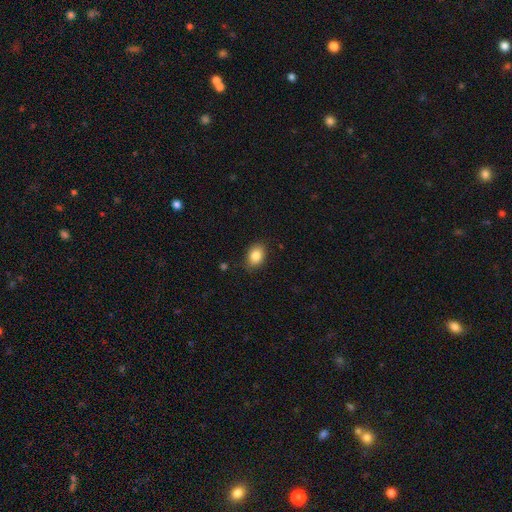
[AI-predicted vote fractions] The model was most divided on "how rounded": in between: 78%, round: 21%, cigar-shaped: 1%. More confident: smooth or featured — smooth (86%); merging — none (85%).